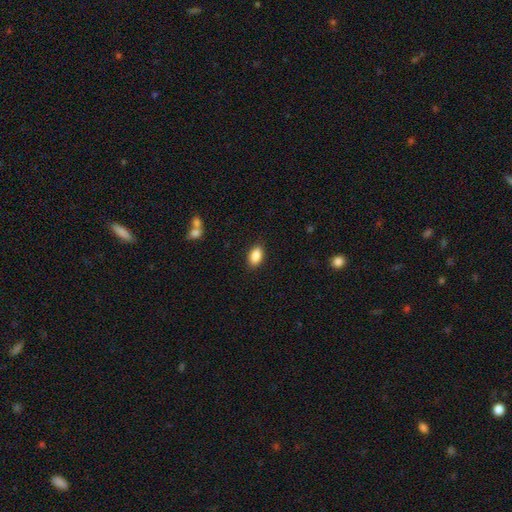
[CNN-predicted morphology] Overall: smooth (88%). How rounded: in between (91%). Merging: none (88%).